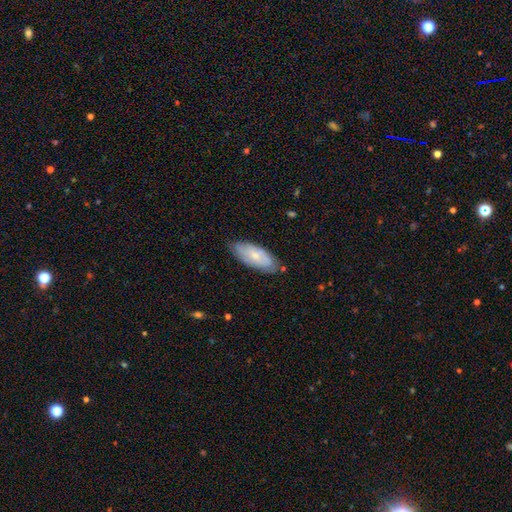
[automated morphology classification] The model was most divided on "smooth or featured": smooth: 55%, featured or disk: 39%, star or artifact: 6%. More confident: how rounded — in between (82%); merging — none (76%).